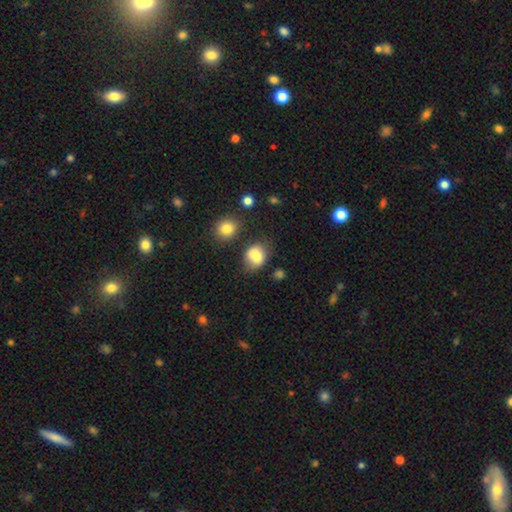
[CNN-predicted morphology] smooth-or-featured: smooth: 75% | featured or disk: 15% | star or artifact: 10%
  how-rounded: round: 57% | in between: 42% | cigar-shaped: 1%
  merging: none: 53% | minor disturbance: 21% | merger: 18% | major disturbance: 8%